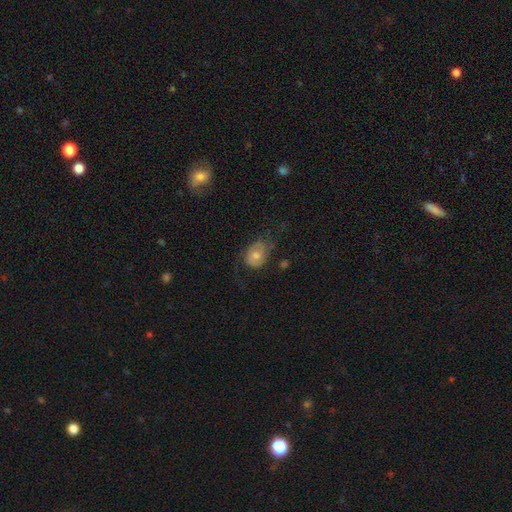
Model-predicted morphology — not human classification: smooth-or-featured: featured or disk: 45% | smooth: 43% | star or artifact: 12%
  merging: none: 56% | minor disturbance: 26% | major disturbance: 16% | merger: 2%